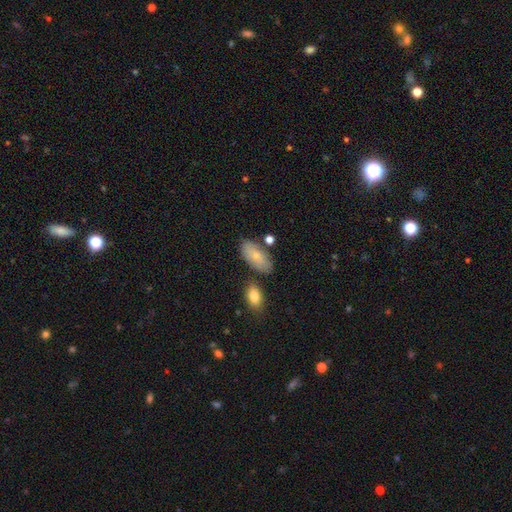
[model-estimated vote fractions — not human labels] smooth-or-featured: smooth: 77% | featured or disk: 17% | star or artifact: 6%
  how-rounded: in between: 91% | cigar-shaped: 6% | round: 3%
  merging: none: 72% | minor disturbance: 17% | merger: 7% | major disturbance: 4%